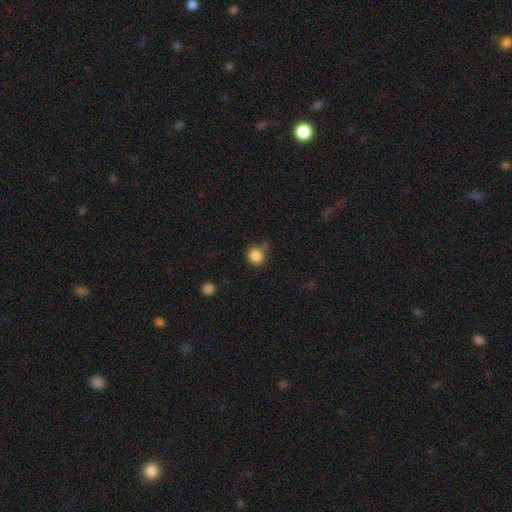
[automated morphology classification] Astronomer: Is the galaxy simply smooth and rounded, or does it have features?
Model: smooth — 85%.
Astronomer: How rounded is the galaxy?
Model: round — 91%.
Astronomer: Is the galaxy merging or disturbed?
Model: none — 74%.